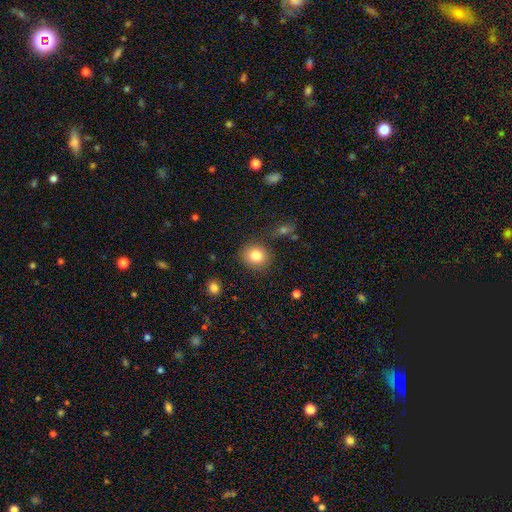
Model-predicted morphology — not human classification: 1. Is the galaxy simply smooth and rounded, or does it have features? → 83% smooth, 9% star or artifact, 7% featured or disk.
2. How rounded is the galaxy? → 77% round, 22% in between, 1% cigar-shaped.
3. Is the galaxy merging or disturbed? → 86% none, 9% minor disturbance, 3% major disturbance, 3% merger.